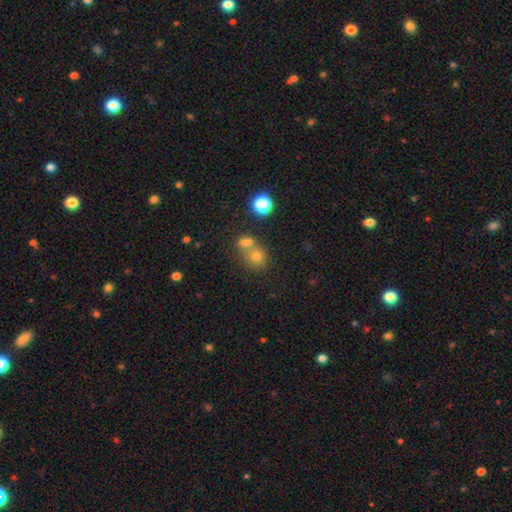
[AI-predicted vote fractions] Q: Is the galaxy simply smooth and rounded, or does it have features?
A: smooth — 65%.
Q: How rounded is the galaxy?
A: round — 80%.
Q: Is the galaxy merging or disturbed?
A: none — 47%.